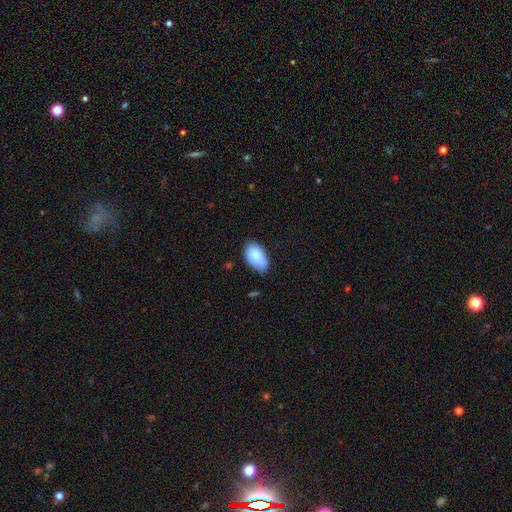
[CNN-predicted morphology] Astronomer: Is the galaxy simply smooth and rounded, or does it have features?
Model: smooth — 86%.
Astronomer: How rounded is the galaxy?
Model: in between — 94%.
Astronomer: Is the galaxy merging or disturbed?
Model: none — 65%.